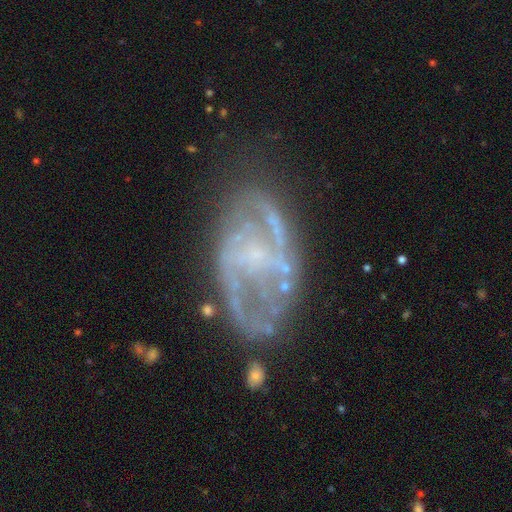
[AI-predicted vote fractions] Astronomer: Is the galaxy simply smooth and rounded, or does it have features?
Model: featured or disk — 81%.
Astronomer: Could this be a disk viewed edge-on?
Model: no — 97%.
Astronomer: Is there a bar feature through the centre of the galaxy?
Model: no — 54% (runner-up: weak, 35%).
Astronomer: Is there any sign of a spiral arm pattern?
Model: yes — 75%.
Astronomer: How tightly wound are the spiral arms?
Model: medium — 43% (runner-up: loose, 29%).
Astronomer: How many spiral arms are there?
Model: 2 — 49% (runner-up: can't tell, 29%).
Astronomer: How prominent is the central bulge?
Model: small — 49% (runner-up: none, 40%).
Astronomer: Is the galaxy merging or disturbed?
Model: none — 56%.